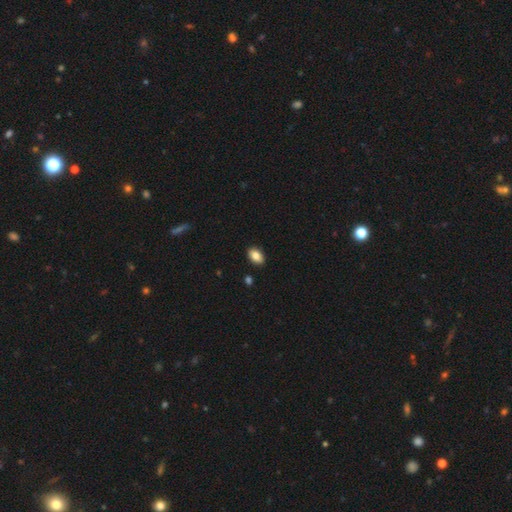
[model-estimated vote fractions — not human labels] smooth-or-featured: smooth: 85% | star or artifact: 8% | featured or disk: 7%
  how-rounded: in between: 89% | round: 10% | cigar-shaped: 2%
  merging: none: 89% | minor disturbance: 7% | major disturbance: 2% | merger: 1%